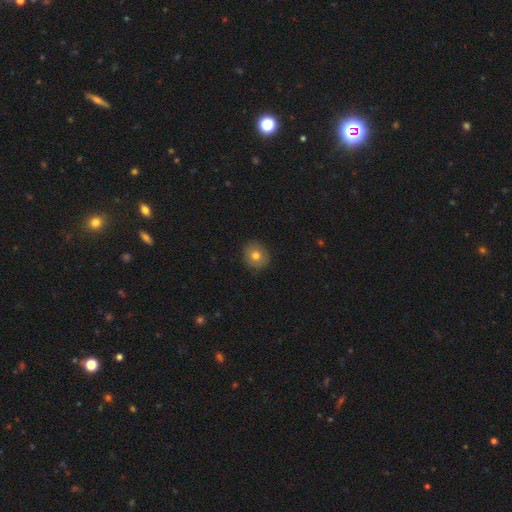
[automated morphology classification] This is likely a smooth galaxy (76%). How rounded: clearly round (84%). Merging: clearly none (88%).